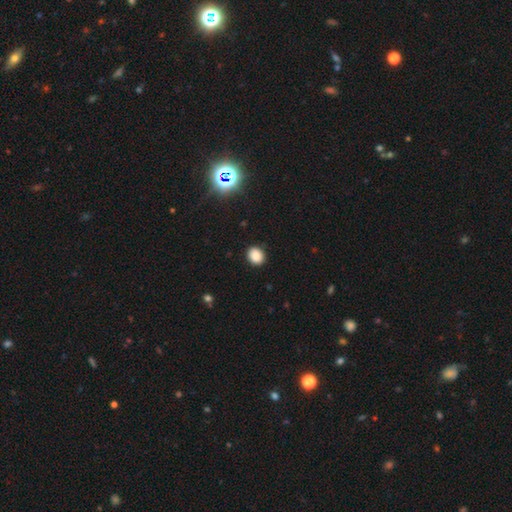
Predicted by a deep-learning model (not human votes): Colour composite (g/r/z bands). It shows a smooth galaxy with no disk features (86%) that is round (61%). Merging: none (90%).